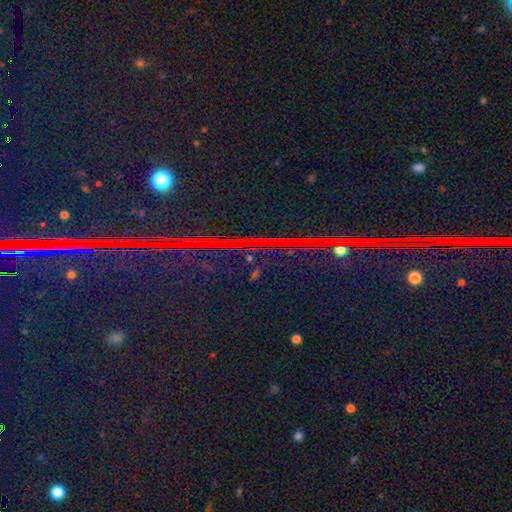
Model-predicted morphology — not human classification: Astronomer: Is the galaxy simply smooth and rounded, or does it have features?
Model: star or artifact — 86%.